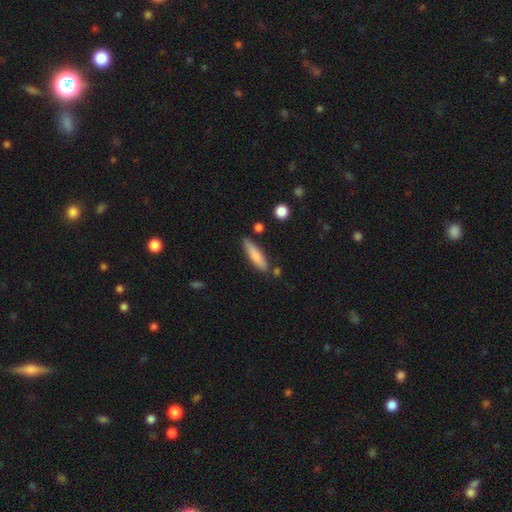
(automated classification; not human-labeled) Smooth or featured? Predicted: smooth (p=0.79). How rounded? Predicted: cigar-shaped (p=0.74). Merging? Predicted: none (p=0.77).